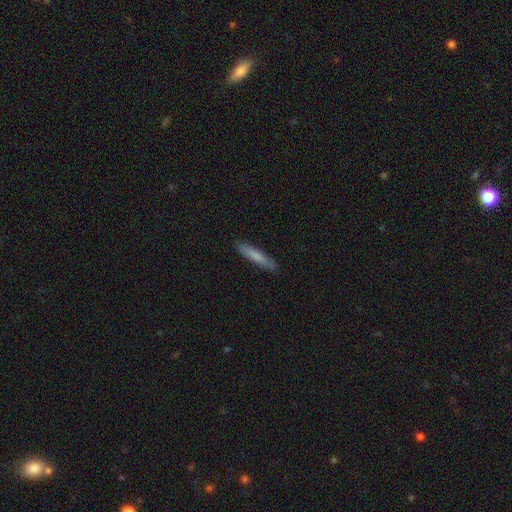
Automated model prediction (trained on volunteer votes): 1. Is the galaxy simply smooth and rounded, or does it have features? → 77% smooth, 18% featured or disk, 6% star or artifact.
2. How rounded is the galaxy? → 92% cigar-shaped, 7% in between, 1% round.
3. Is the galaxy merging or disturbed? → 90% none, 8% minor disturbance, 2% major disturbance, 1% merger.